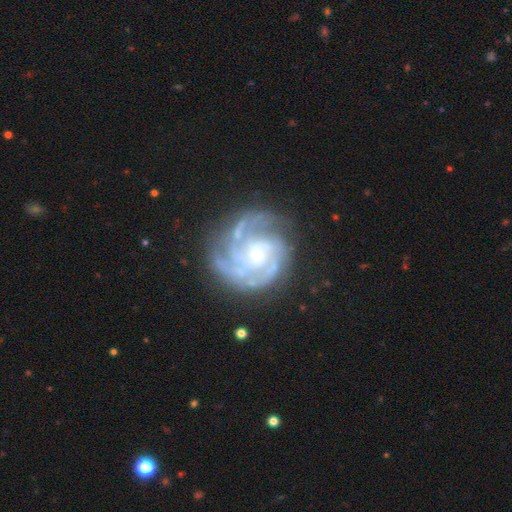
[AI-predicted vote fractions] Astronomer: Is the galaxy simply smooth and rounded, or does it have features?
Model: featured or disk — 89%.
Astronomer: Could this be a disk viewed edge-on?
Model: no — 98%.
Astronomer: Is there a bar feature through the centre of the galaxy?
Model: no — 65%.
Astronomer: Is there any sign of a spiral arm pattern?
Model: yes — 98%.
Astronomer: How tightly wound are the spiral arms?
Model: tight — 59% (runner-up: medium, 35%).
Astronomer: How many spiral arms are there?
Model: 3 — 39% (runner-up: 4, 20%).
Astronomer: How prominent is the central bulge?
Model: small — 67%.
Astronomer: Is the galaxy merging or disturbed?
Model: none — 71%.